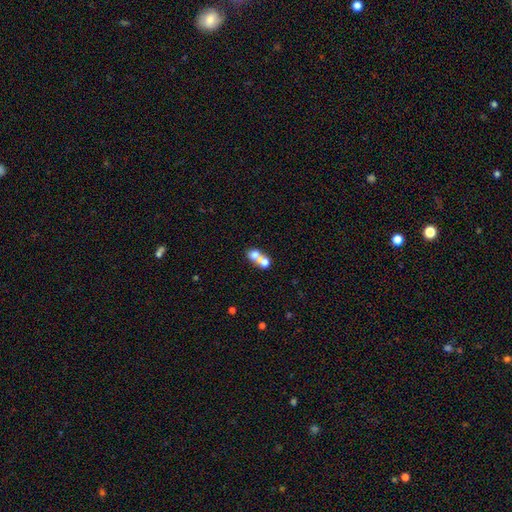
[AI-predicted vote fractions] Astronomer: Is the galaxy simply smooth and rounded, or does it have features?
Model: smooth — 64%.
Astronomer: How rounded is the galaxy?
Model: round — 60% (runner-up: in between, 38%).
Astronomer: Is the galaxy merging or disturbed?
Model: merger — 69%.